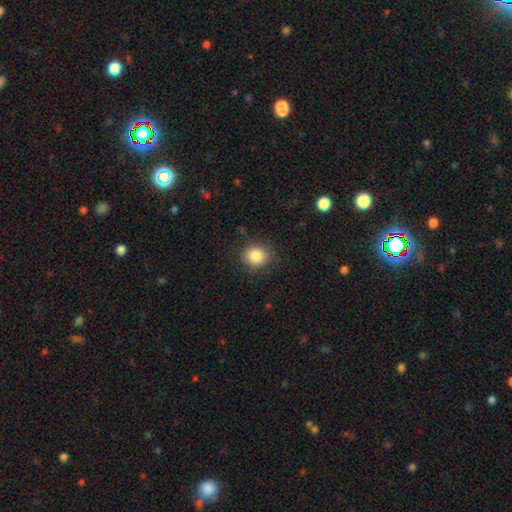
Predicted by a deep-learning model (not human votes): Morphology: type=smooth (87%); roundness=round (81%); merging=none (85%).